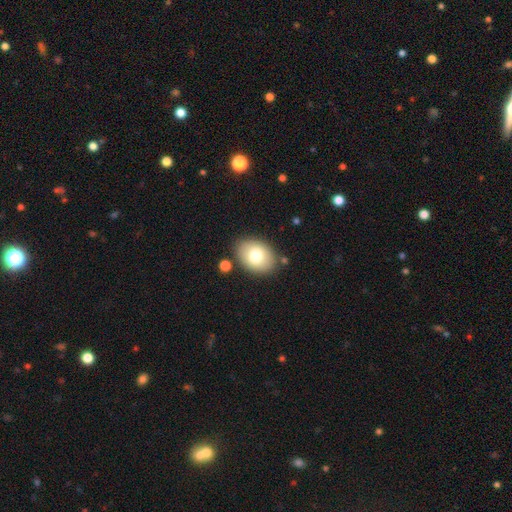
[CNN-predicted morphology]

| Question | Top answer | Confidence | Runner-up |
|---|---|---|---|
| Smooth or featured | smooth | 77% | featured or disk (16%) |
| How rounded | in between | 76% | round (23%) |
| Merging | none | 82% | minor disturbance (11%) |